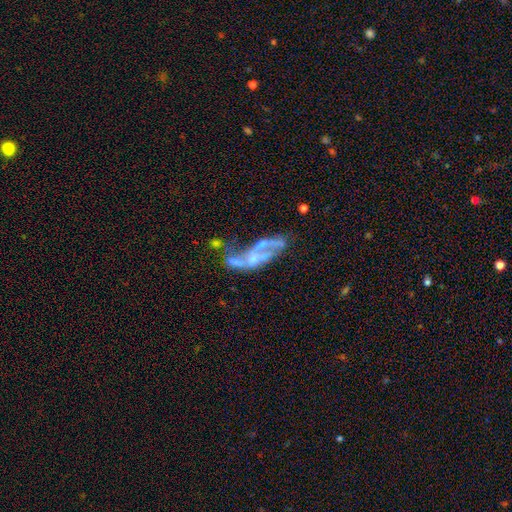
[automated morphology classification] type=featured or disk (69%); edge-on=no (87%); bar=no (71%); spiral arms=no (55%); bulge=none (38%); merging=merger (33%).